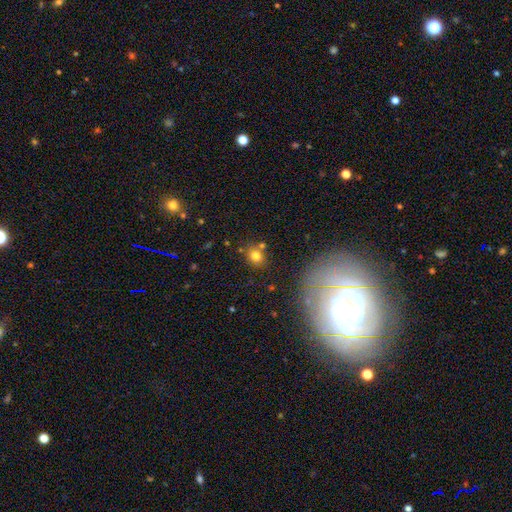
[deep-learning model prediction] This is likely a smooth galaxy (77%). How rounded: likely round (72%). Merging: likely none (72%).